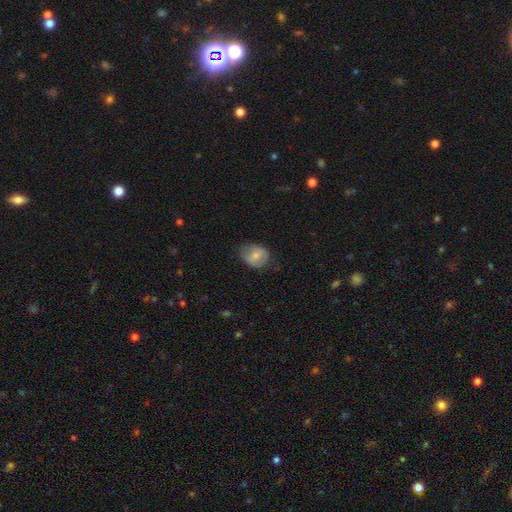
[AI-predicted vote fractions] smooth 64%, featured or disk 29%, star or artifact 7%. Down the decision tree: how rounded — in between (57%); merging — none (67%).